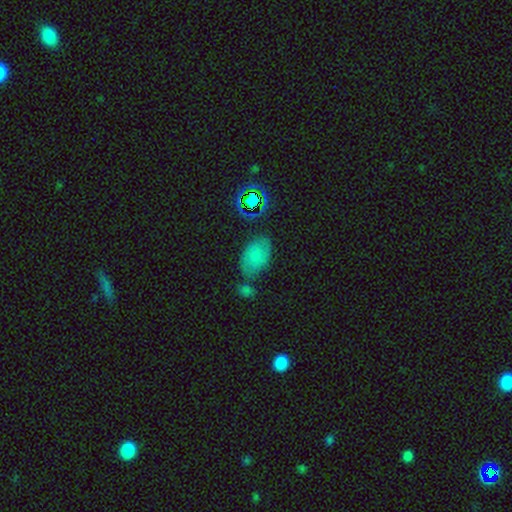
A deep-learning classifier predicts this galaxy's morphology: Smooth or featured?
  - smooth: 67% *
  - star or artifact: 18%
  - featured or disk: 15%
How rounded?
  - in between: 89% *
  - round: 9%
  - cigar-shaped: 2%
Merging?
  - none: 61% *
  - minor disturbance: 20%
  - merger: 12%
  - major disturbance: 7%